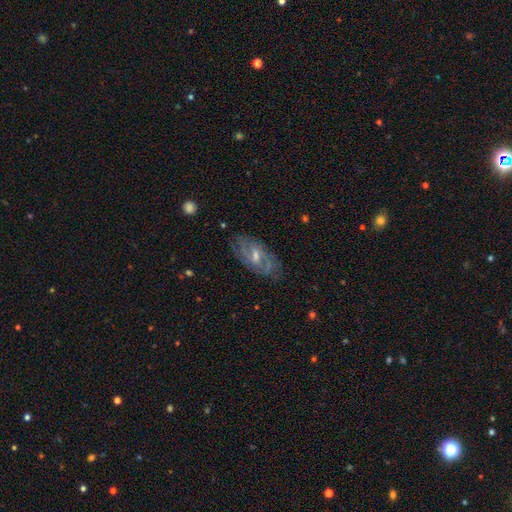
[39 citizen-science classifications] smooth_or_featured: featured or disk (p=0.87) [alt: star or artifact p=0.13]
disk_edge_on: no (p=0.97) [alt: yes p=0.03]
bar: weak (p=0.58) [alt: strong p=0.21]
has_spiral_arms: yes (p=0.97) [alt: no p=0.03]
spiral_winding: tight (p=0.66) [alt: medium p=0.31]
spiral_arm_count: 2 (p=0.59) [alt: can't tell p=0.25]
bulge_size: moderate (p=0.52) [alt: small p=0.45]
merging: none (p=0.94) [alt: minor disturbance p=0.03]